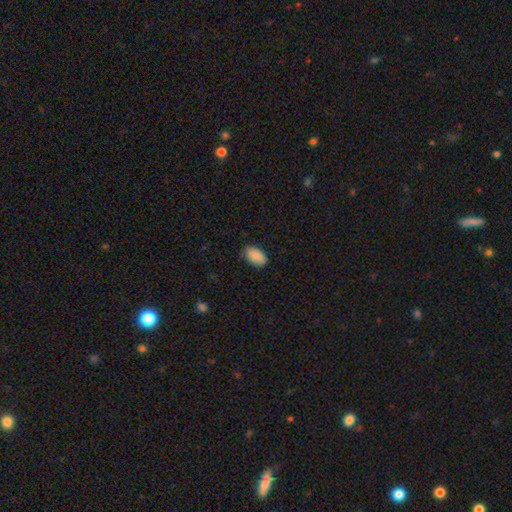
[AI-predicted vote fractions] The model was most divided on "merging": none: 82%, minor disturbance: 15%, major disturbance: 2%, merger: 1%. More confident: how rounded — in between (92%); smooth or featured — smooth (88%).